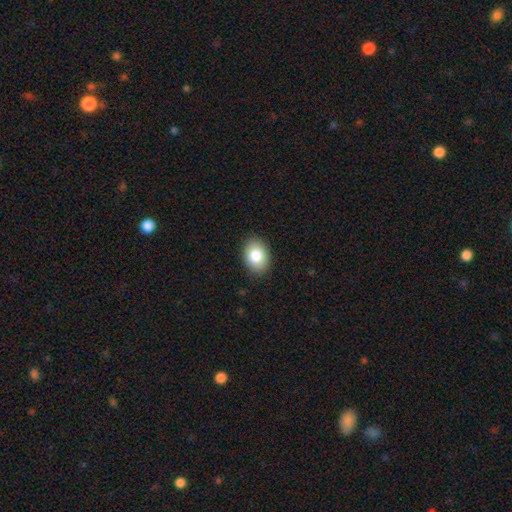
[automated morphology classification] smooth-or-featured: smooth: 83% | featured or disk: 9% | star or artifact: 8%
  how-rounded: in between: 74% | round: 25% | cigar-shaped: 1%
  merging: none: 88% | minor disturbance: 9% | major disturbance: 2% | merger: 1%